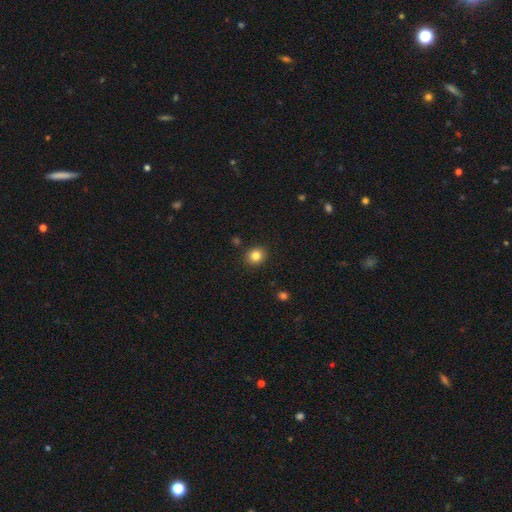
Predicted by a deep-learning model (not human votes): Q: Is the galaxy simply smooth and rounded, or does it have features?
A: smooth — 83%.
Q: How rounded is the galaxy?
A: round — 75%.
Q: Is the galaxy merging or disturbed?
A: none — 90%.